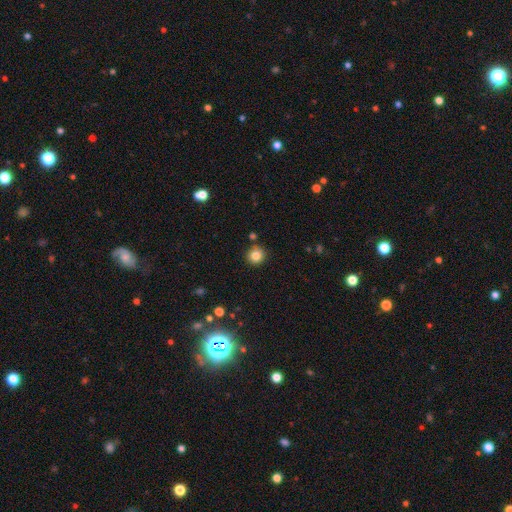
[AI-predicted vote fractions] Q: Smooth or featured?
A: smooth (83%); runner-up: star or artifact (11%)
Q: How rounded?
A: round (94%); runner-up: in between (5%)
Q: Merging?
A: none (86%); runner-up: minor disturbance (7%)